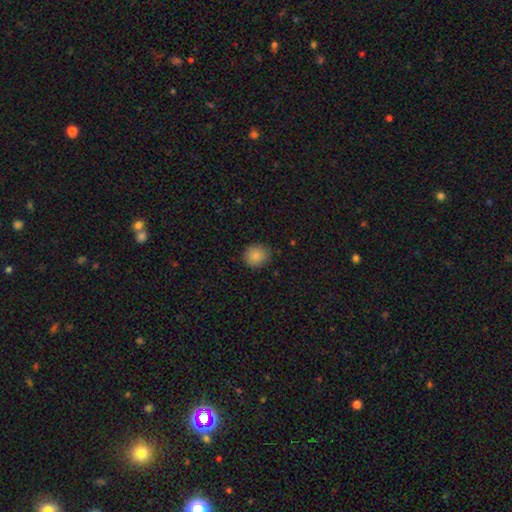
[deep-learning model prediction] Smooth or featured? smooth (86%)
How rounded? round (87%)
Merging? none (86%)